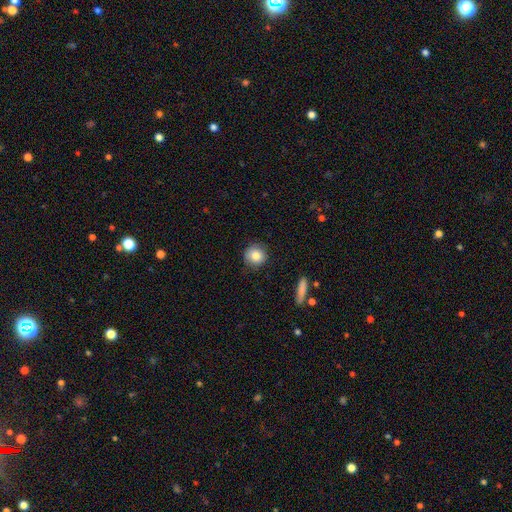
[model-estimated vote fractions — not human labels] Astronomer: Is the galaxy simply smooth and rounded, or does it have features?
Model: smooth — 82%.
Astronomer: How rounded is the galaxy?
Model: round — 92%.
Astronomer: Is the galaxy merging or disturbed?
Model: none — 85%.